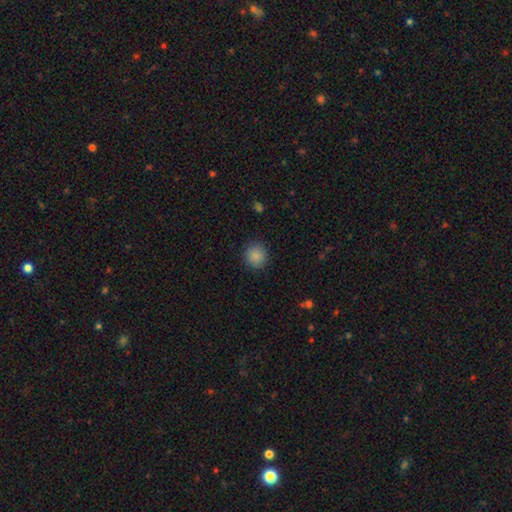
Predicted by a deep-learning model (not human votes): A smooth galaxy with no disk features (86%) that is round (91%). Merging: none (89%).